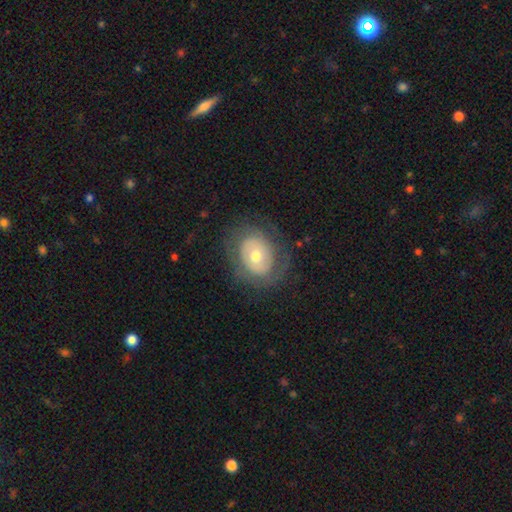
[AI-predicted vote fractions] Smooth or featured? Predicted: featured or disk (p=0.55). Edge-on disk? Predicted: no (p=0.95). Bar? Predicted: no (p=0.77). Spiral arms? Predicted: no (p=0.55). Bulge size? Predicted: moderate (p=0.68). Merging? Predicted: none (p=0.72).